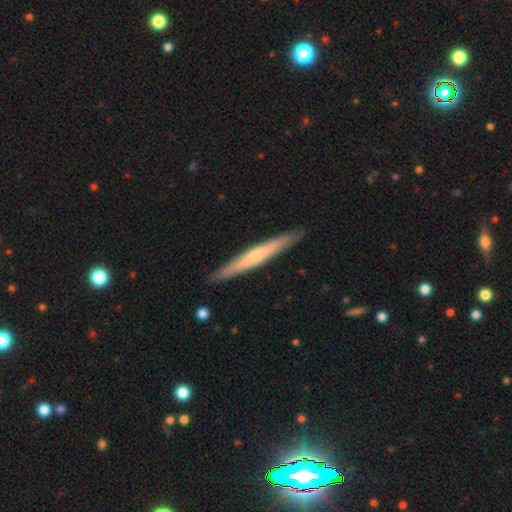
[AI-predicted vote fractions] Smooth or featured?
  - smooth: 48% *
  - featured or disk: 47%
  - star or artifact: 5%
Merging?
  - none: 91% *
  - minor disturbance: 7%
  - major disturbance: 1%
  - merger: 1%